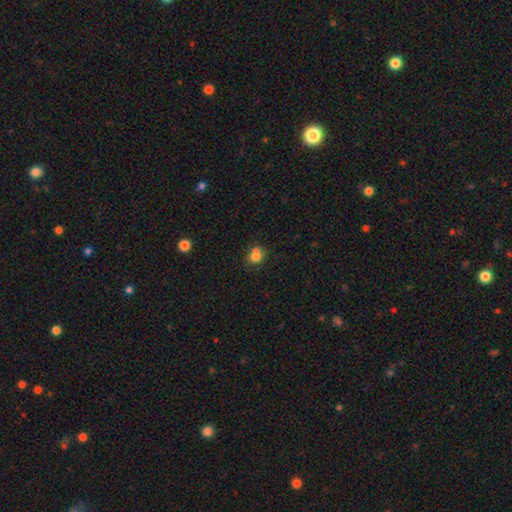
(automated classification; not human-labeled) Smooth or featured: smooth — 75% (featured or disk — 13%)
How rounded: round — 63% (in between — 36%)
Merging: merger — 44% (none — 40%)